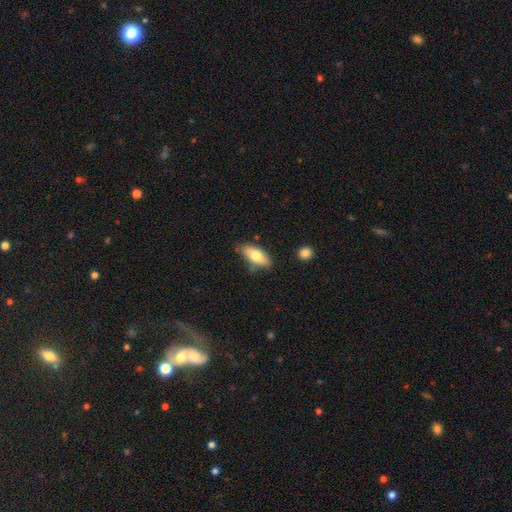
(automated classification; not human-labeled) The model was most divided on "merging": none: 68%, minor disturbance: 23%, major disturbance: 5%, merger: 4%. More confident: how rounded — in between (83%); smooth or featured — smooth (72%).